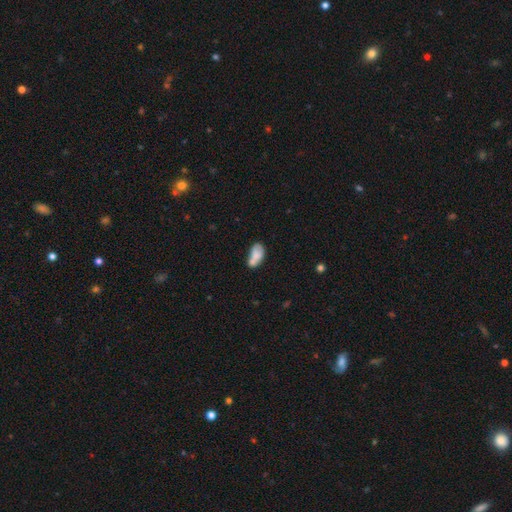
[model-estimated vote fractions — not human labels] smooth 69%, featured or disk 23%, star or artifact 8%. Down the decision tree: how rounded — in between (90%); merging — merger (46%).